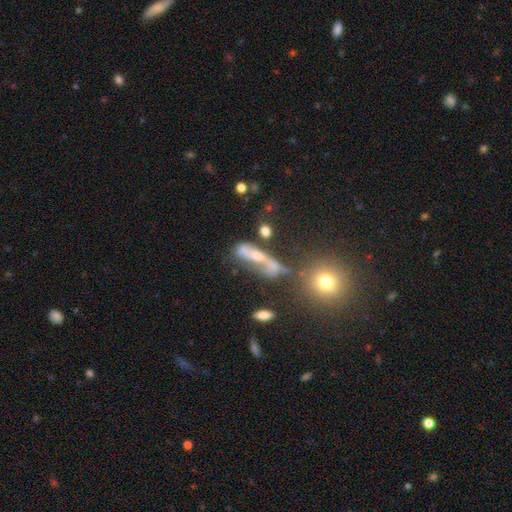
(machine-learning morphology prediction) smooth_or_featured: featured or disk (p=0.49) [alt: smooth p=0.34]
merging: merger (p=0.32) [alt: none p=0.29]